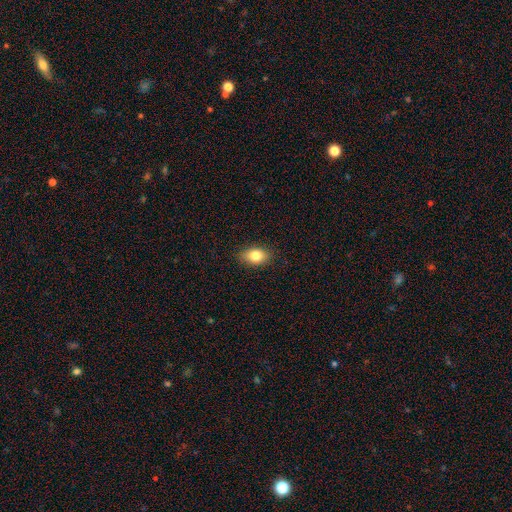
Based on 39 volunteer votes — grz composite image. It shows a smooth galaxy with no disk features (95%) that is in between round and cigar-shaped (86%). Merging: none (92%).